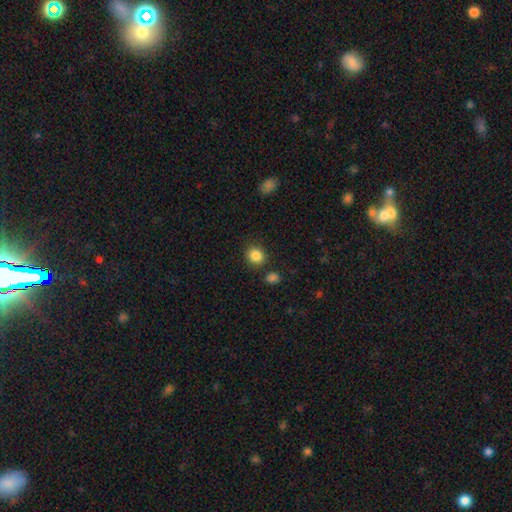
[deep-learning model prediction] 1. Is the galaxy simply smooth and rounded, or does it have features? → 86% smooth, 10% star or artifact, 4% featured or disk.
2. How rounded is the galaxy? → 83% round, 17% in between, 1% cigar-shaped.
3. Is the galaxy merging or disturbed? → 84% none, 8% minor disturbance, 5% merger, 3% major disturbance.